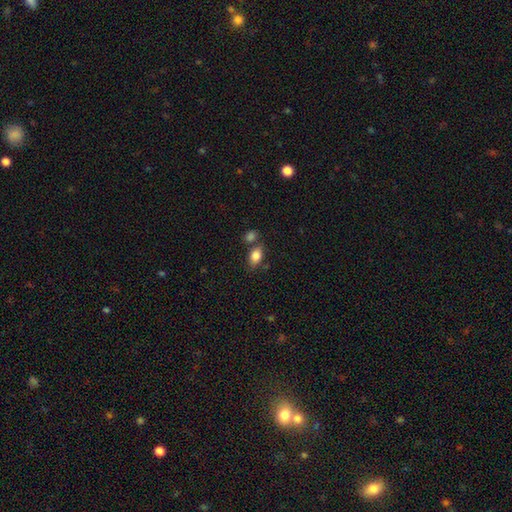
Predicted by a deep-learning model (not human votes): smooth_or_featured: smooth (p=0.84) [alt: star or artifact p=0.09]
how_rounded: in between (p=0.82) [alt: round p=0.16]
merging: none (p=0.61) [alt: merger p=0.22]